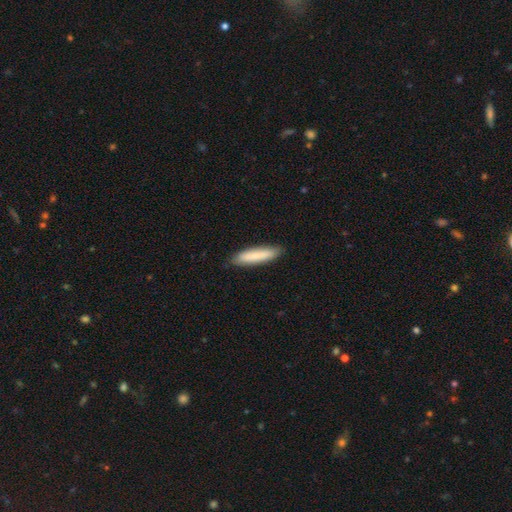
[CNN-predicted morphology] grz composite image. It shows a smooth galaxy with no disk features (81%) that is cigar-shaped (86%). Merging: none (87%).